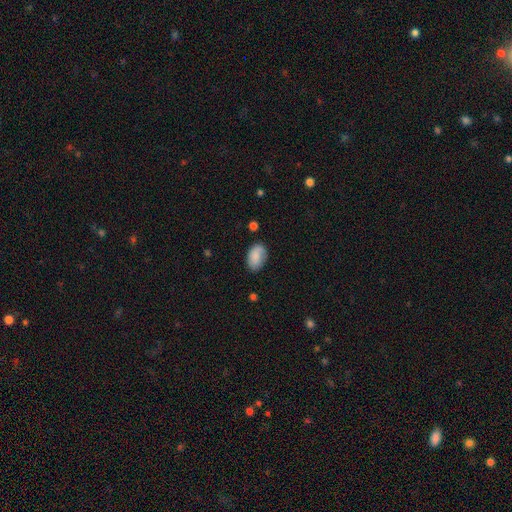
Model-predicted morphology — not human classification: Smooth or featured? Predicted: smooth (p=0.82). How rounded? Predicted: in between (p=0.89). Merging? Predicted: none (p=0.71).